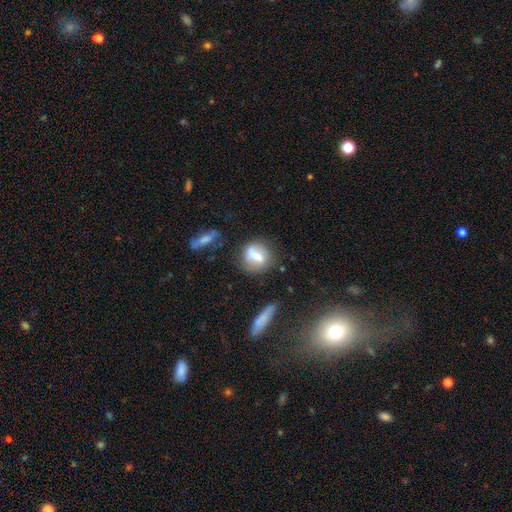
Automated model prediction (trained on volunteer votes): A smooth galaxy with no disk features (52%) that is round (54%). Merging: none (64%).